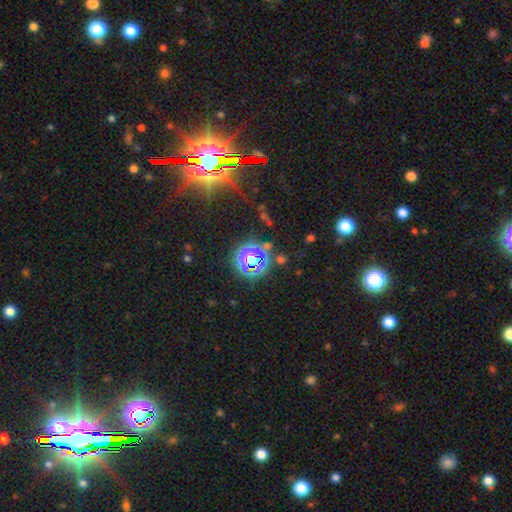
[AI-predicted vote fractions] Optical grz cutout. It shows a star or artifact, not a galaxy (75%).